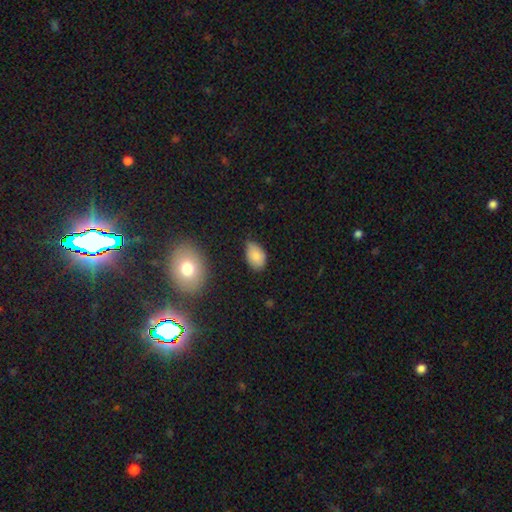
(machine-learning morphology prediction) Smooth or featured? smooth (83%)
How rounded? in between (89%)
Merging? none (57%)